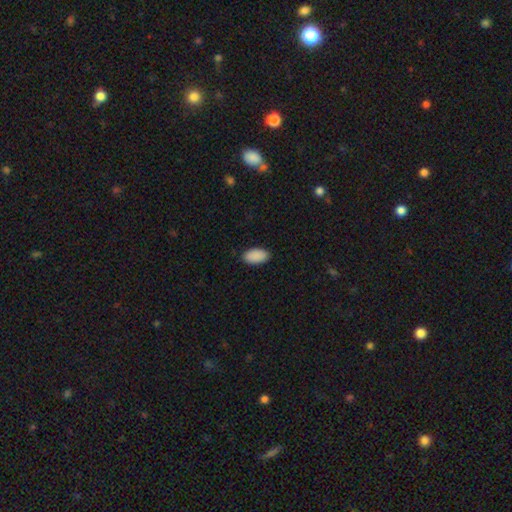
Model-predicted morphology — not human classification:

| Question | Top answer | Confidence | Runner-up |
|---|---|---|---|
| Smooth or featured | smooth | 91% | star or artifact (7%) |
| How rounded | in between | 95% | round (2%) |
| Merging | none | 88% | minor disturbance (9%) |